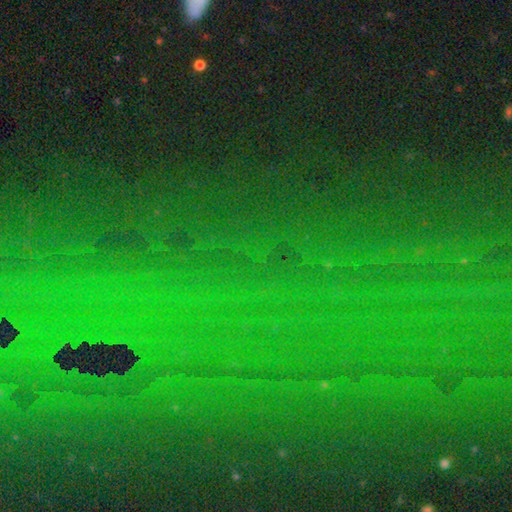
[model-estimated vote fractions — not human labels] Q: Smooth or featured?
A: star or artifact (81%); runner-up: smooth (11%)